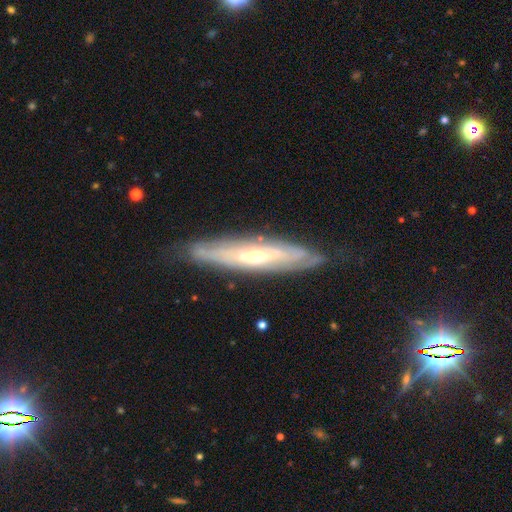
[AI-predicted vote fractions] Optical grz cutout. It shows a featured or disk galaxy (78%) viewed edge-on (52%). Merging: none (77%).